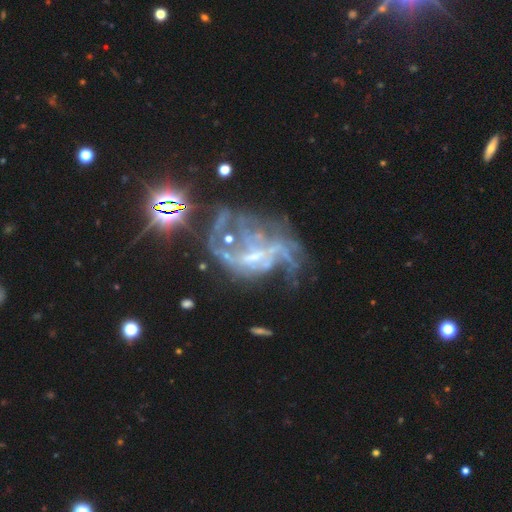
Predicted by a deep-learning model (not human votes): A featured or disk galaxy (76%) with no bar (42%), loose (61%) spiral arms (70%) and no central bulge (41%).

Vote fractions:
- Smooth or featured? featured or disk: 76% / star or artifact: 17% / smooth: 7%
- Edge-on disk? no: 97% / yes: 3%
- Bar? no: 42% / weak: 40% / strong: 18%
- Spiral arms? yes: 70% / no: 30%
- Spiral winding? loose: 61% / medium: 28% / tight: 11%
- Spiral arm count? can't tell: 35% / 2: 24% / 3: 17% / 4: 9% / 1: 9% / more than 4: 7%
- Bulge size? none: 41% / small: 38% / moderate: 18% / large: 2% / dominant: 1%
- Merging? major disturbance: 45% / none: 27% / minor disturbance: 15% / merger: 13%